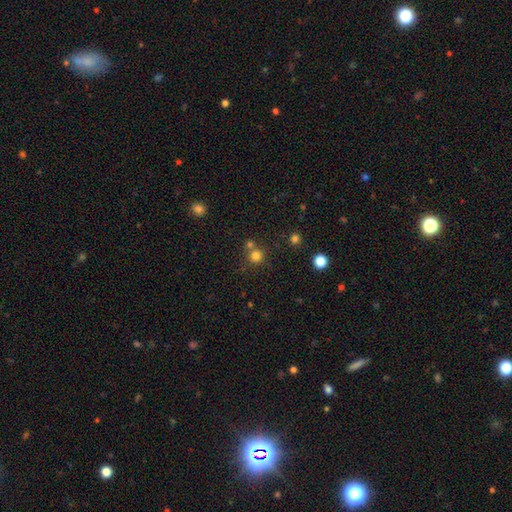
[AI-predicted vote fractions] A smooth galaxy with no disk features (78%) that is round (93%). Merging: none (66%).